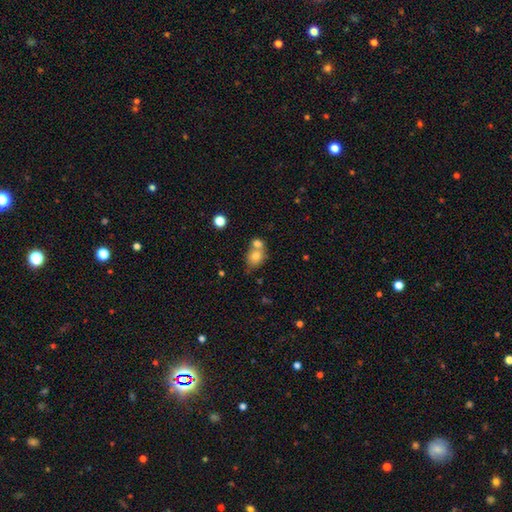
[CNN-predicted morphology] Smooth or featured: smooth — 75% (featured or disk — 15%)
How rounded: round — 55% (in between — 44%)
Merging: merger — 50% (none — 38%)